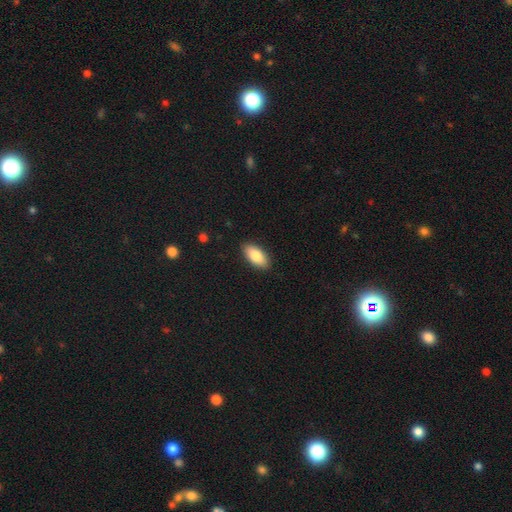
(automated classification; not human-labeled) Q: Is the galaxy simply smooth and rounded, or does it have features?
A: smooth — 83%.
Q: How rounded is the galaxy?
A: in between — 91%.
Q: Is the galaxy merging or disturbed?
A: none — 89%.